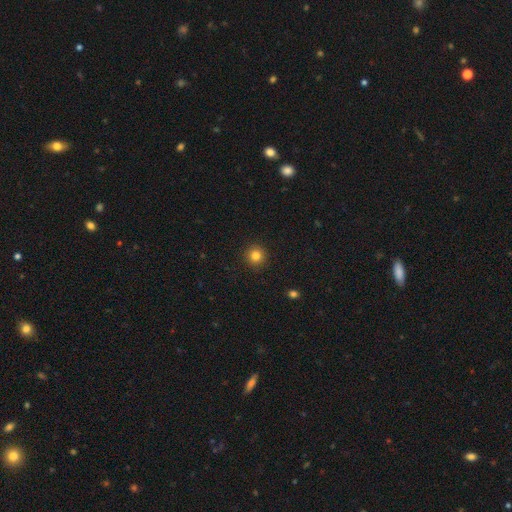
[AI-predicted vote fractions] A smooth galaxy with no disk features (82%) that is round (95%).

Vote fractions:
- Smooth or featured? smooth: 82% / star or artifact: 12% / featured or disk: 6%
- How rounded? round: 95% / in between: 4% / cigar-shaped: 1%
- Merging? none: 93% / minor disturbance: 5% / major disturbance: 2% / merger: 1%